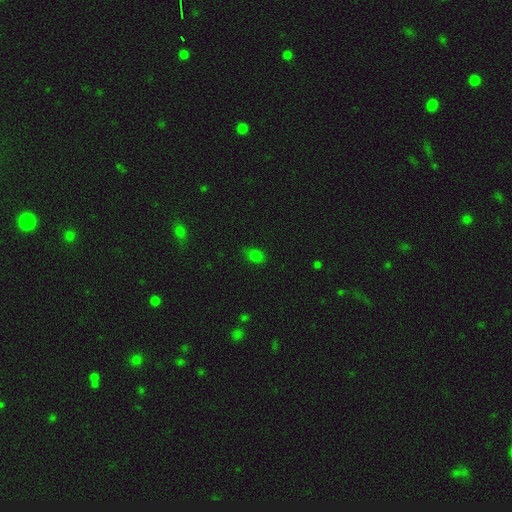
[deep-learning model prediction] smooth 75%, star or artifact 19%, featured or disk 5%. Down the decision tree: how rounded — in between (68%); merging — none (76%).